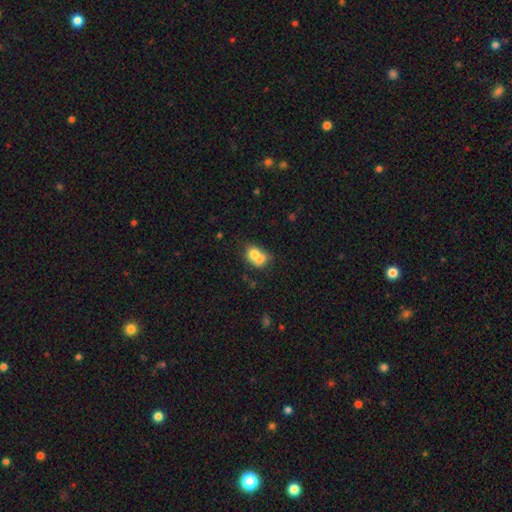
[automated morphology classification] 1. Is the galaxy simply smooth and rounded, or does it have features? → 69% smooth, 22% featured or disk, 10% star or artifact.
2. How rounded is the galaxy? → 53% round, 45% in between, 1% cigar-shaped.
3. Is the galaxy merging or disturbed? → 67% merger, 21% none, 7% minor disturbance, 4% major disturbance.